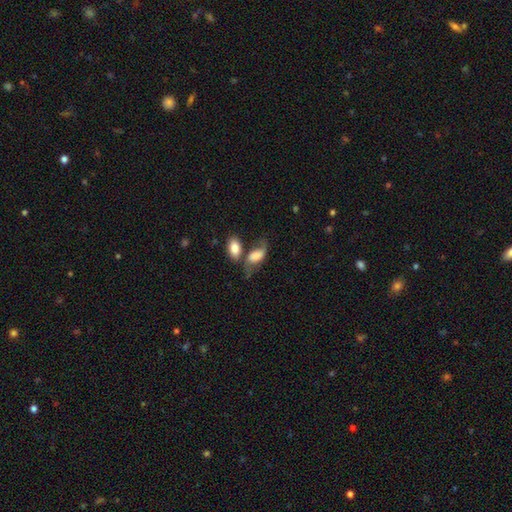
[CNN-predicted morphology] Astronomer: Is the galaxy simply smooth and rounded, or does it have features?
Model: smooth — 65%.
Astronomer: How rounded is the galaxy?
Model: in between — 90%.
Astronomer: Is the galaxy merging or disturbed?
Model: none — 35% (runner-up: merger, 30%).